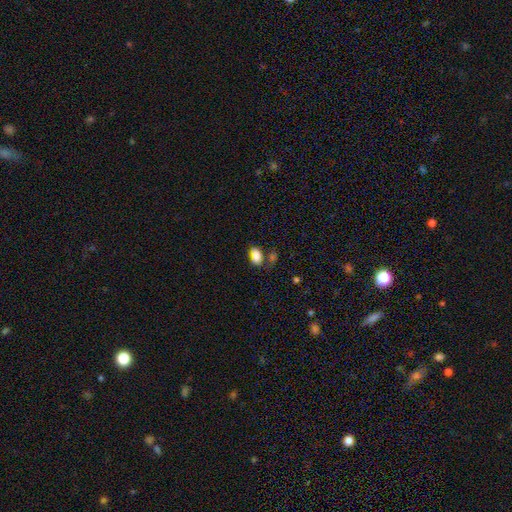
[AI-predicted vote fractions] This appears to be a smooth galaxy with no disk features (82%) that is in between round and cigar-shaped (88%). Merging: none (56%).